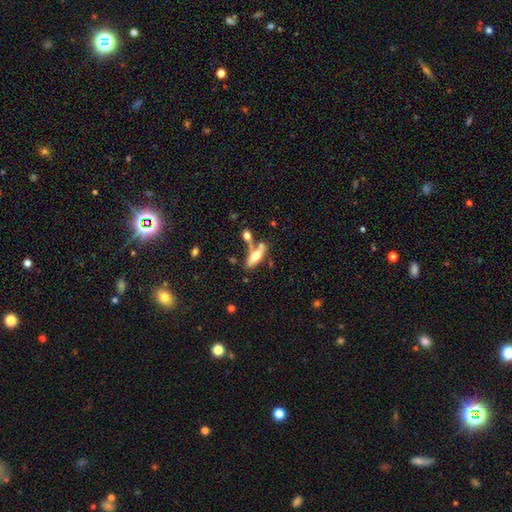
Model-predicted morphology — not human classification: Smooth or featured? featured or disk (47%)
Merging? none (53%)